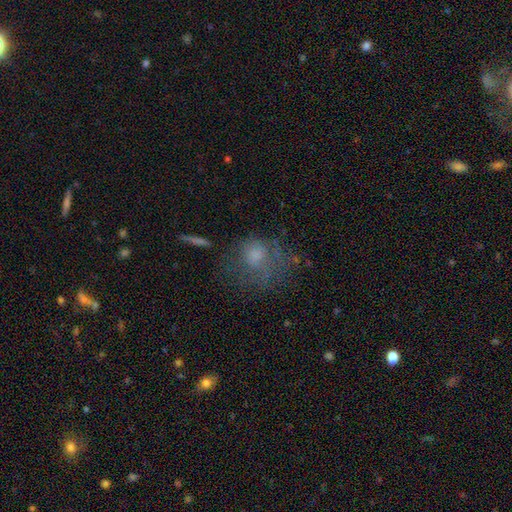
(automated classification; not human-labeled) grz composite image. It shows a smooth galaxy with no disk features (63%) that is round (68%). Merging: none (41%).